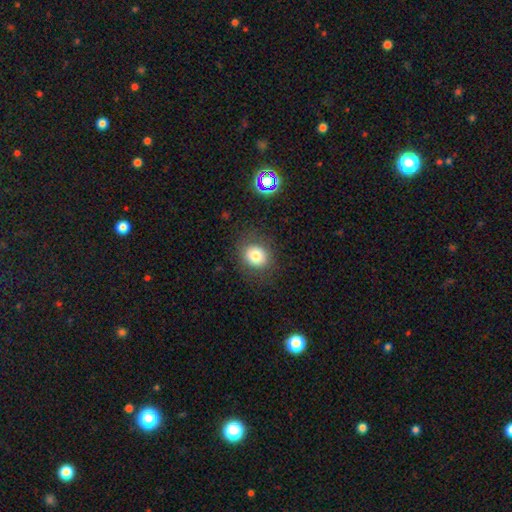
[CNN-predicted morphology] Overall: smooth (78%). How rounded: round (75%). Merging: none (83%).